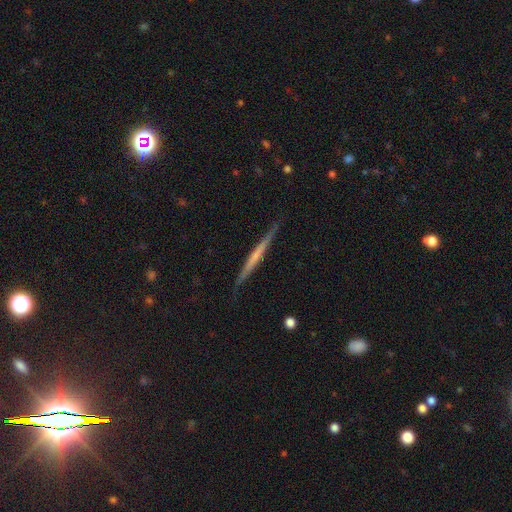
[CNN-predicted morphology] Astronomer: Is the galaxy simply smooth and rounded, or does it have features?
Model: featured or disk — 61%.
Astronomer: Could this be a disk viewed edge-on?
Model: yes — 97%.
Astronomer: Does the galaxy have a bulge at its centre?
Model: none — 77%.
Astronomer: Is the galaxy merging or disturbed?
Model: none — 88%.